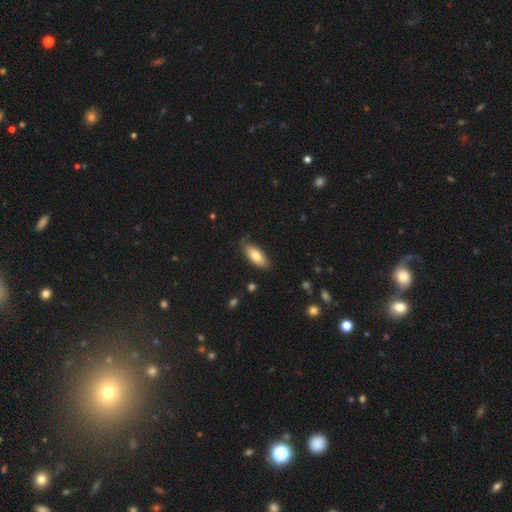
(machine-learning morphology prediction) A smooth galaxy with no disk features (76%) that is in between round and cigar-shaped (81%). Merging: none (74%).